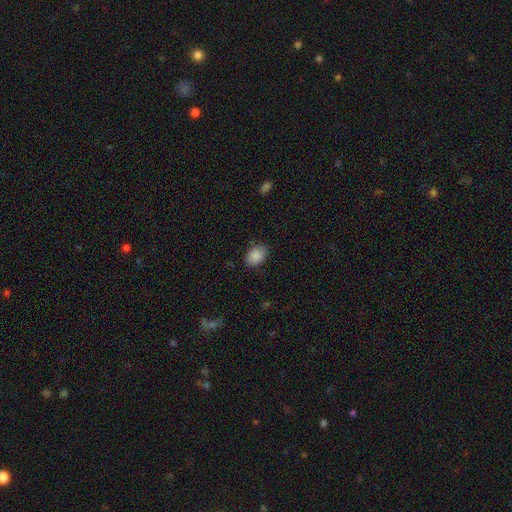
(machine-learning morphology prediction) type=smooth (87%); roundness=in between (80%); merging=none (79%).